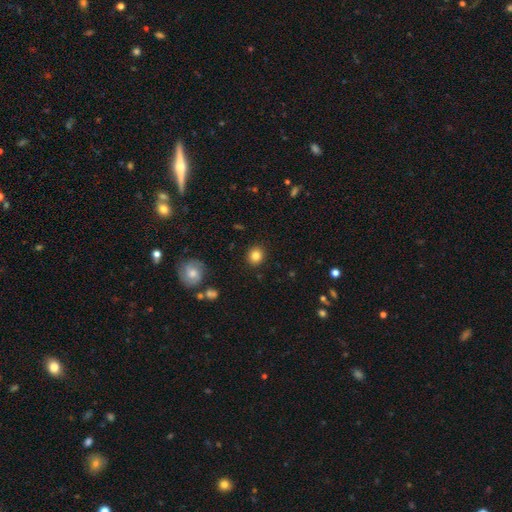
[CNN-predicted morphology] A smooth galaxy with no disk features (84%) that is round (84%).

Vote fractions:
- Smooth or featured? smooth: 84% / star or artifact: 10% / featured or disk: 7%
- How rounded? round: 84% / in between: 15% / cigar-shaped: 1%
- Merging? none: 90% / minor disturbance: 6% / major disturbance: 2% / merger: 1%